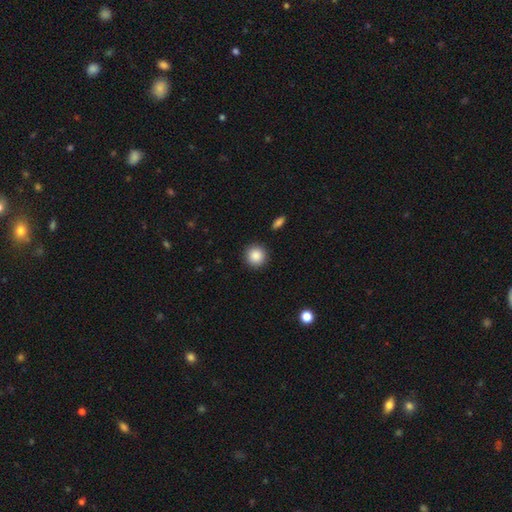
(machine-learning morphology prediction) The model was most divided on "smooth or featured": smooth: 88%, star or artifact: 8%, featured or disk: 4%. More confident: how rounded — round (94%); merging — none (91%).